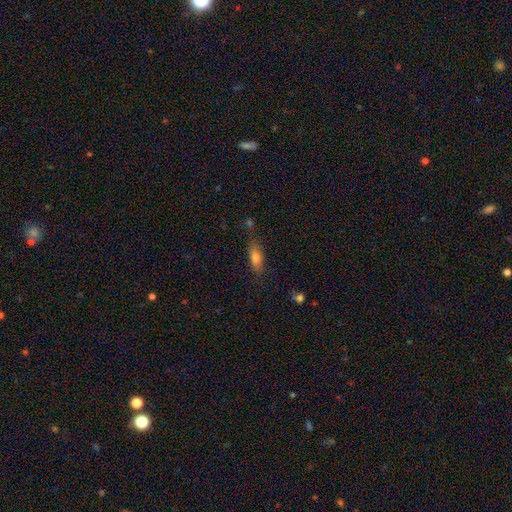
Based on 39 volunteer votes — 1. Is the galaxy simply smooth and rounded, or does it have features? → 64% smooth, 28% featured or disk, 8% star or artifact.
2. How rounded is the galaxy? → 64% cigar-shaped, 28% in between, 8% round.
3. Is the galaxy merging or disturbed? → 81% none, 17% minor disturbance, 3% major disturbance, 0% merger.